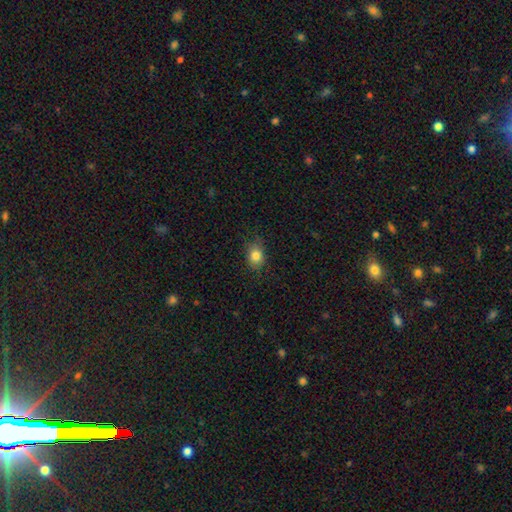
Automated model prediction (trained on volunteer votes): Q: Smooth or featured?
A: smooth (83%); runner-up: star or artifact (11%)
Q: How rounded?
A: in between (54%); runner-up: round (45%)
Q: Merging?
A: none (78%); runner-up: minor disturbance (17%)